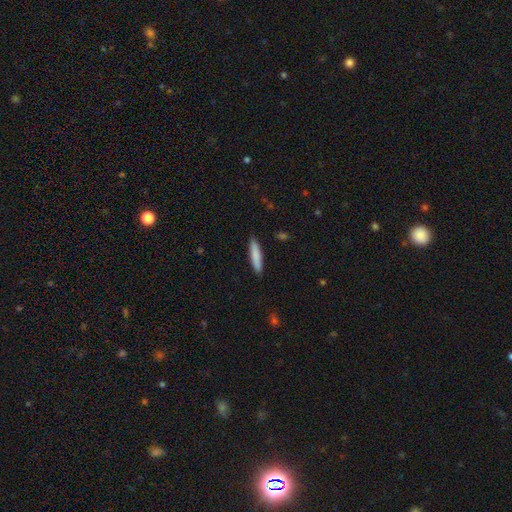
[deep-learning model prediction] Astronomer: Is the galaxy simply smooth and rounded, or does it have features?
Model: smooth — 84%.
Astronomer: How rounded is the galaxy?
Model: cigar-shaped — 86%.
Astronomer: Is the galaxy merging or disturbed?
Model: none — 90%.